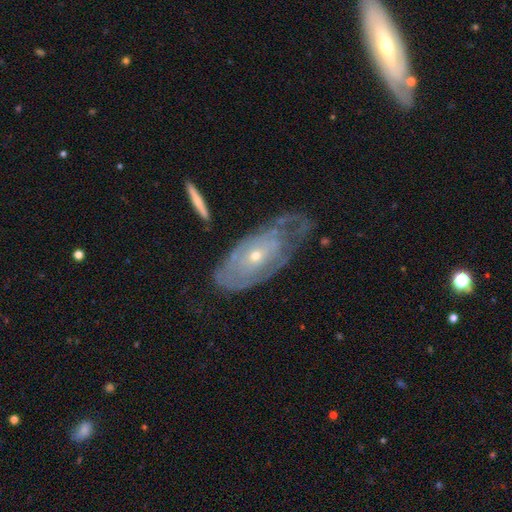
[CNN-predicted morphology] Q: Smooth or featured?
A: featured or disk (72%); runner-up: smooth (22%)
Q: Edge-on disk?
A: no (90%); runner-up: yes (10%)
Q: Bar?
A: no (82%); runner-up: weak (14%)
Q: Spiral arms?
A: yes (65%); runner-up: no (35%)
Q: Bulge size?
A: small (66%); runner-up: moderate (31%)
Q: Merging?
A: none (42%); runner-up: minor disturbance (29%)